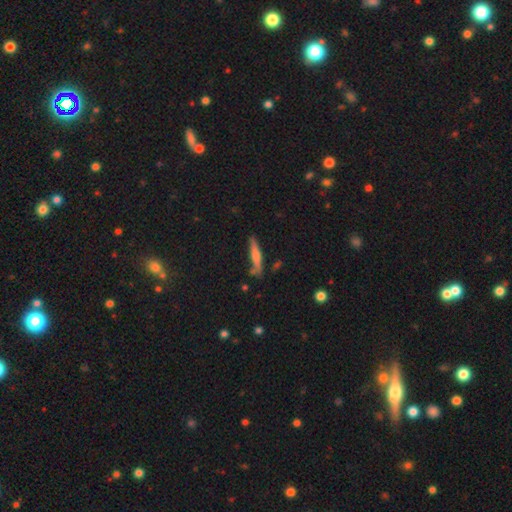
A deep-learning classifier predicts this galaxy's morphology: This appears to be a featured or disk galaxy (49%). Merging: none (78%).